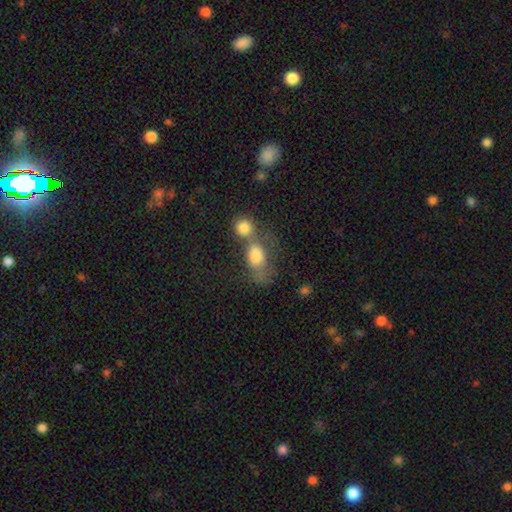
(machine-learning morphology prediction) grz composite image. It shows a smooth galaxy with no disk features (76%) that is in between round and cigar-shaped (66%). Merging: merger (54%).